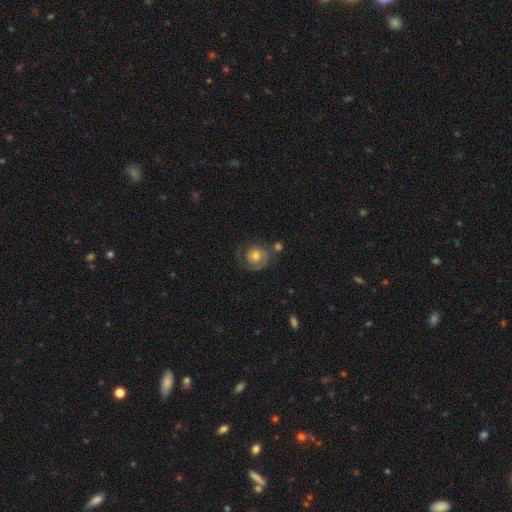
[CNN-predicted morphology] smooth_or_featured: featured or disk (p=0.68) [alt: smooth p=0.25]
disk_edge_on: no (p=0.98) [alt: yes p=0.02]
bar: no (p=0.80) [alt: weak p=0.17]
has_spiral_arms: yes (p=0.88) [alt: no p=0.12]
spiral_winding: tight (p=0.62) [alt: medium p=0.26]
spiral_arm_count: 1 (p=0.49) [alt: 2 p=0.36]
bulge_size: moderate (p=0.65) [alt: small p=0.22]
merging: none (p=0.59) [alt: minor disturbance p=0.19]